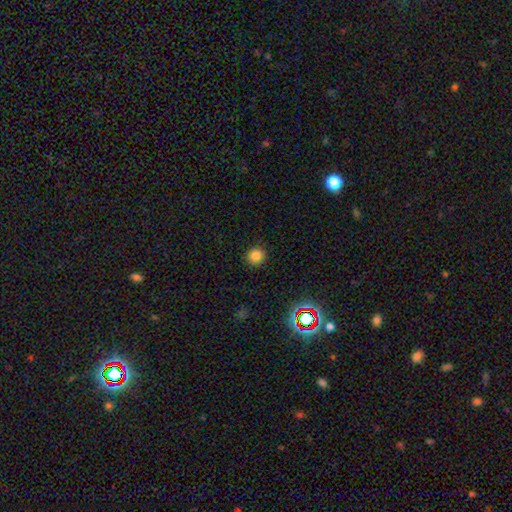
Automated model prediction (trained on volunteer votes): A smooth galaxy with no disk features (82%) that is round (93%). Merging: none (91%).